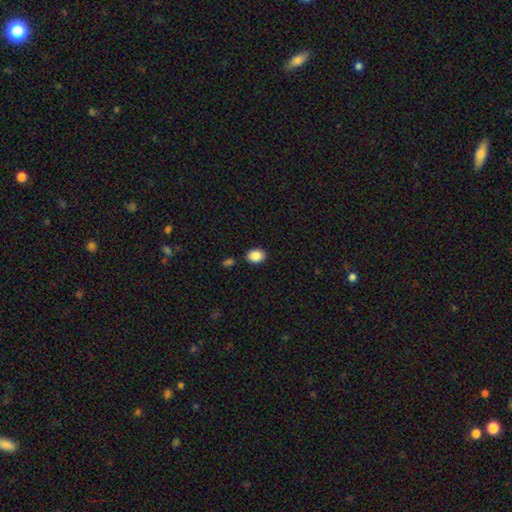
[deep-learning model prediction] Smooth or featured? Predicted: smooth (p=0.88). How rounded? Predicted: in between (p=0.61). Merging? Predicted: none (p=0.86).